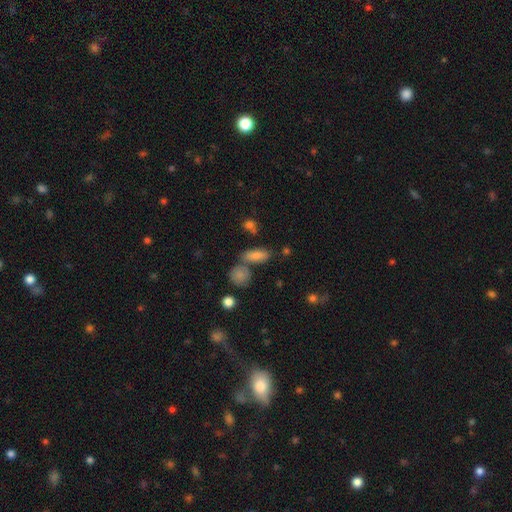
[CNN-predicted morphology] This is likely a smooth galaxy (74%). How rounded: likely in between (69%). Merging: likely none (63%).